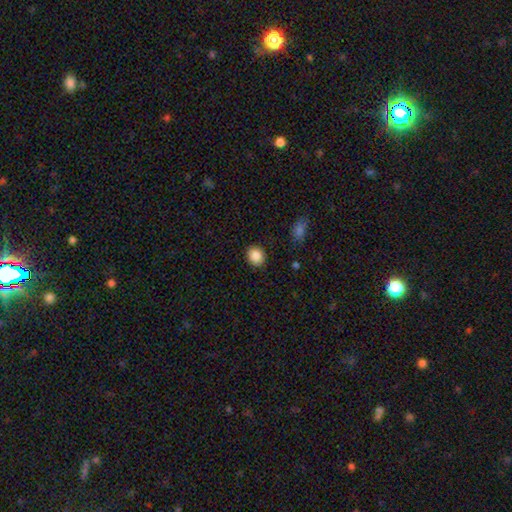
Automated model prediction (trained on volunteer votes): A smooth galaxy with no disk features (86%) that is round (73%).

Vote fractions:
- Smooth or featured? smooth: 86% / star or artifact: 9% / featured or disk: 5%
- How rounded? round: 73% / in between: 26% / cigar-shaped: 1%
- Merging? none: 90% / minor disturbance: 7% / major disturbance: 2% / merger: 1%